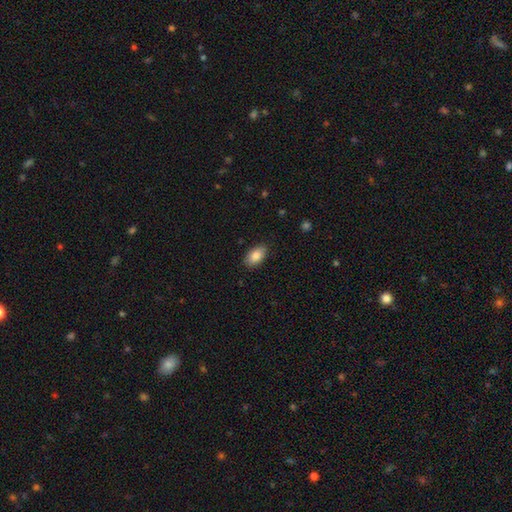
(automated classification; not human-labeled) Overall: smooth (86%). How rounded: in between (92%). Merging: none (85%).